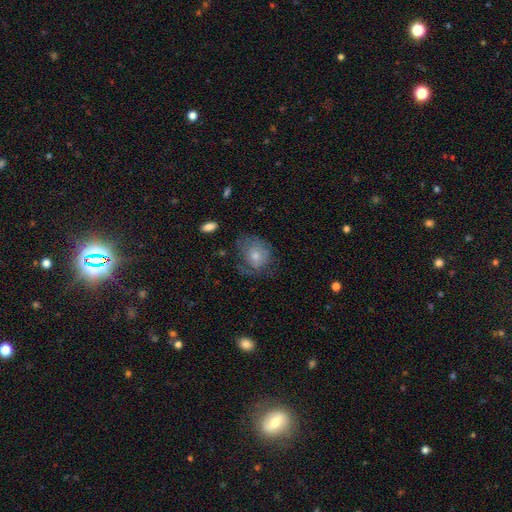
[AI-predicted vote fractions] Smooth or featured? smooth (44%, tied with featured or disk)
Merging? none (53%)